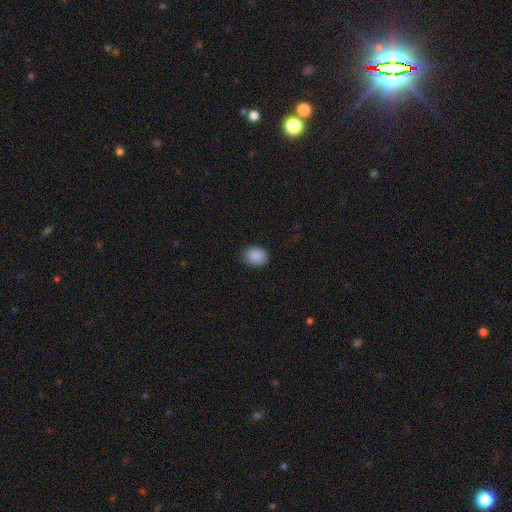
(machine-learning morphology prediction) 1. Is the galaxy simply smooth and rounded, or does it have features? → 88% smooth, 8% star or artifact, 3% featured or disk.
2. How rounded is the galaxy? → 59% in between, 40% round, 1% cigar-shaped.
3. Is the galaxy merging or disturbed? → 83% none, 13% minor disturbance, 3% major disturbance, 1% merger.